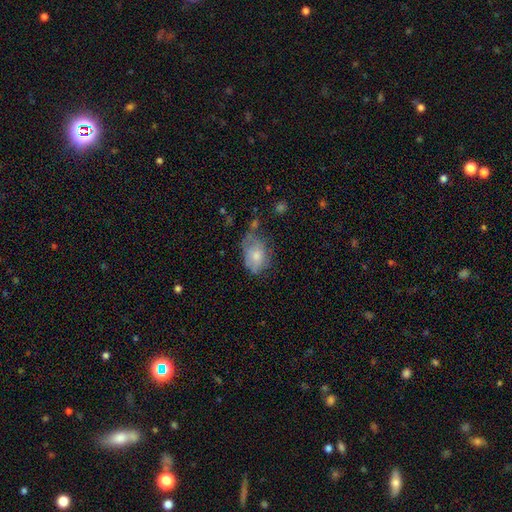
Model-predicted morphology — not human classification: smooth 66%, featured or disk 25%, star or artifact 8%. Down the decision tree: how rounded — in between (76%); merging — none (36%).